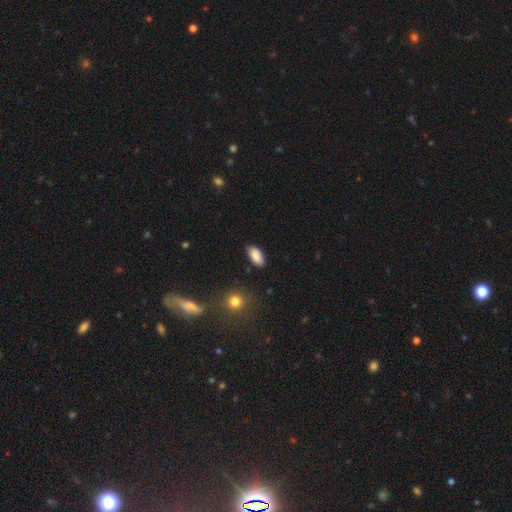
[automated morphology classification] Smooth or featured? Predicted: smooth (p=0.88). How rounded? Predicted: in between (p=0.92). Merging? Predicted: none (p=0.84).